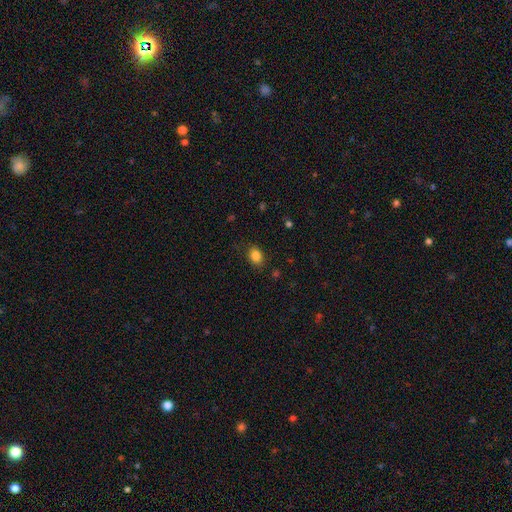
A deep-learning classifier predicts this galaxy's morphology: smooth 85%, star or artifact 10%, featured or disk 5%. Down the decision tree: how rounded — in between (68%); merging — none (84%).